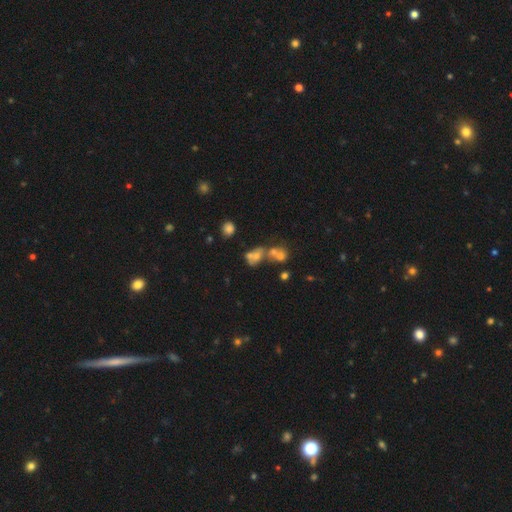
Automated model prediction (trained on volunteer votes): This appears to be a smooth galaxy with no disk features (40%). Merging: merger (47%).